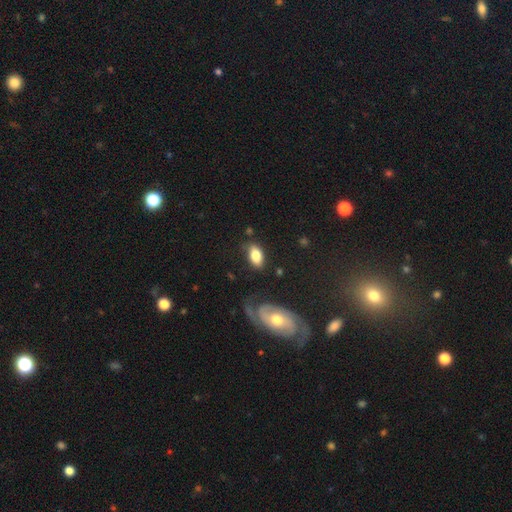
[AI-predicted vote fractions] A smooth galaxy with no disk features (80%) that is in between round and cigar-shaped (92%).

Vote fractions:
- Smooth or featured? smooth: 80% / featured or disk: 13% / star or artifact: 7%
- How rounded? in between: 92% / round: 5% / cigar-shaped: 3%
- Merging? none: 69% / minor disturbance: 19% / major disturbance: 8% / merger: 4%